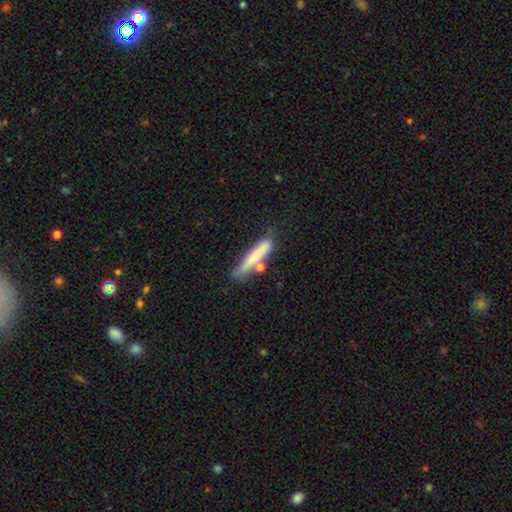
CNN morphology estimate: smooth-or-featured: smooth: 69% | featured or disk: 24% | star or artifact: 7%
  how-rounded: cigar-shaped: 91% | in between: 7% | round: 2%
  merging: none: 60% | minor disturbance: 19% | merger: 15% | major disturbance: 6%